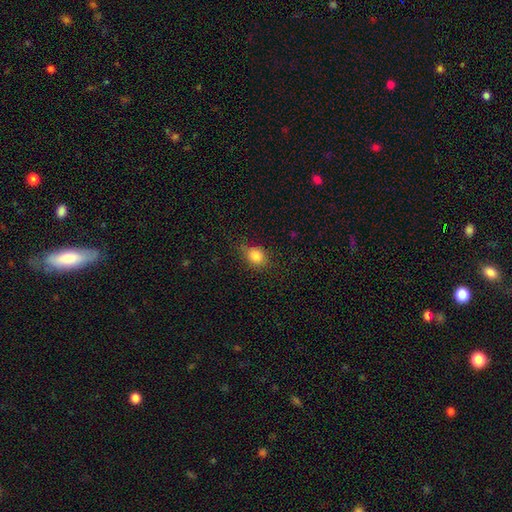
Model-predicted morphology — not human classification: Smooth or featured: smooth — 83% (star or artifact — 10%)
How rounded: round — 53% (in between — 46%)
Merging: none — 72% (minor disturbance — 21%)